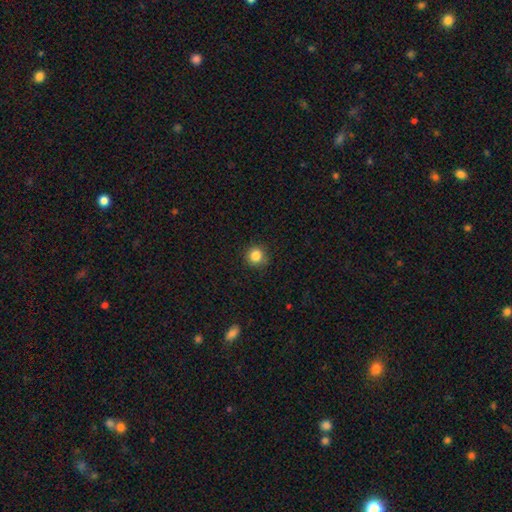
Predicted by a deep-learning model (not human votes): A smooth galaxy with no disk features (84%) that is round (94%). Merging: none (88%).